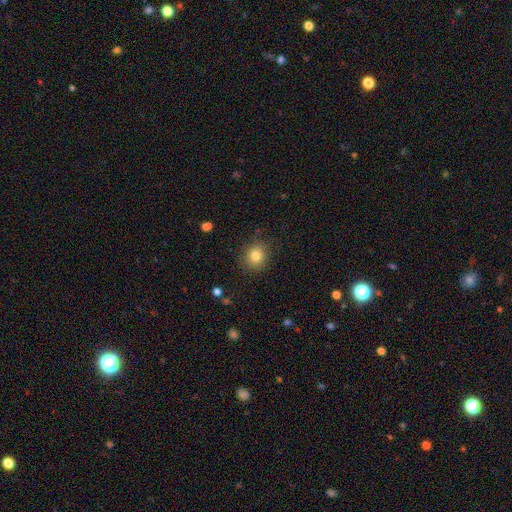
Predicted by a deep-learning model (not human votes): smooth_or_featured: smooth (p=0.80) [alt: star or artifact p=0.12]
how_rounded: round (p=0.80) [alt: in between p=0.19]
merging: none (p=0.86) [alt: minor disturbance p=0.10]